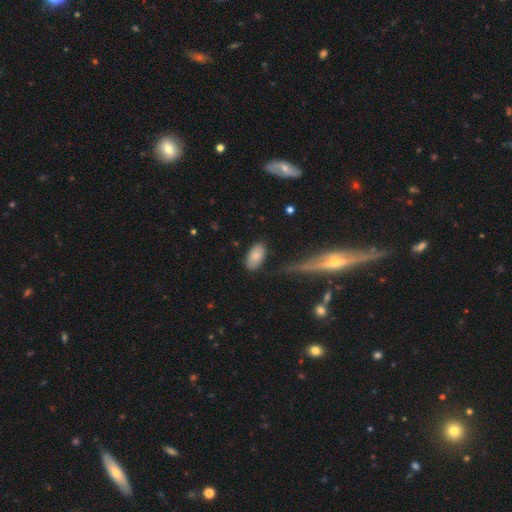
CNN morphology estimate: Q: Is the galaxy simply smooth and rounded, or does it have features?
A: smooth — 81%.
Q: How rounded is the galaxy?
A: in between — 94%.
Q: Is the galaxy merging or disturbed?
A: none — 79%.